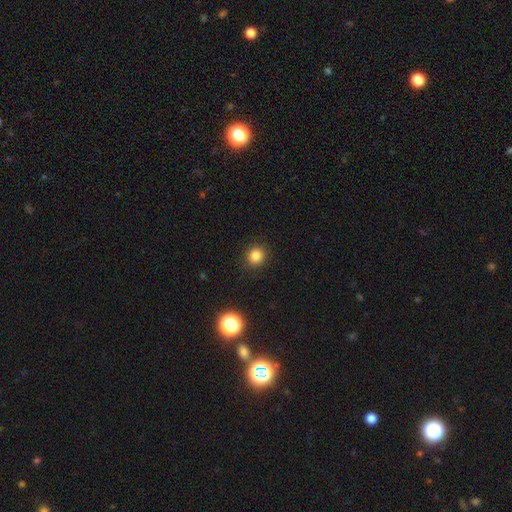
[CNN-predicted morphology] A smooth galaxy with no disk features (83%) that is round (90%).

Vote fractions:
- Smooth or featured? smooth: 83% / star or artifact: 13% / featured or disk: 4%
- How rounded? round: 90% / in between: 9% / cigar-shaped: 1%
- Merging? none: 91% / minor disturbance: 6% / major disturbance: 2% / merger: 1%